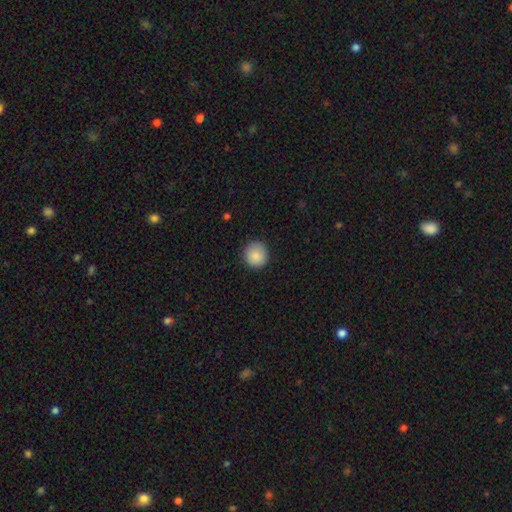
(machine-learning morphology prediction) A smooth galaxy with no disk features (88%) that is round (92%). Merging: none (89%).